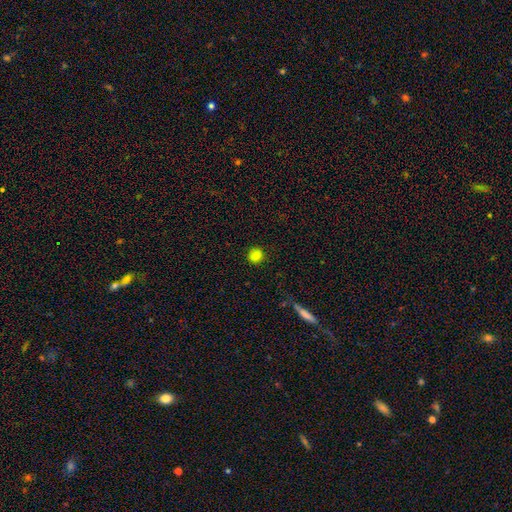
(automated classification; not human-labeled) This is clearly a smooth galaxy (84%). How rounded: clearly round (85%). Merging: clearly none (89%).